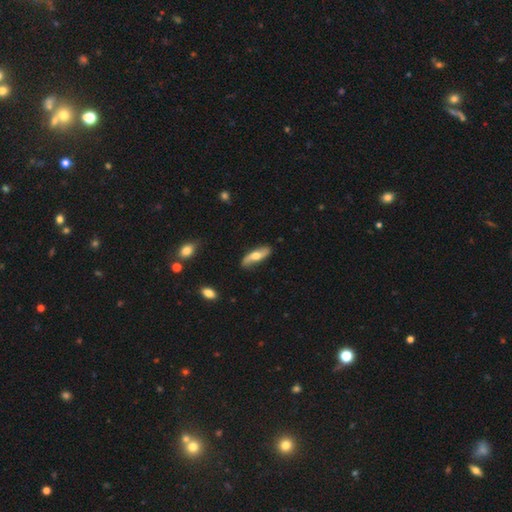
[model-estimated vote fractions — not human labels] Smooth or featured: featured or disk — 52% (smooth — 42%)
Edge-on disk: no — 66% (yes — 34%)
Merging: none — 81% (minor disturbance — 14%)